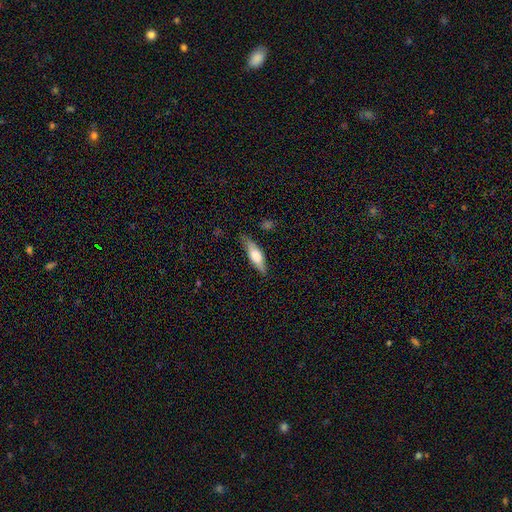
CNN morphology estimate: Smooth or featured? smooth (54%)
How rounded? cigar-shaped (57%)
Merging? none (80%)